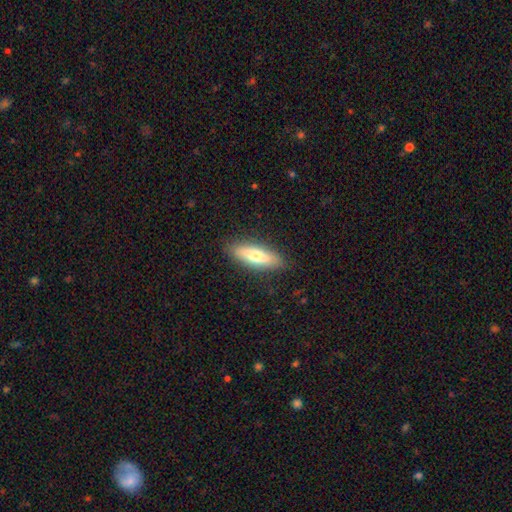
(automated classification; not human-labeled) Smooth or featured?
  - smooth: 64% *
  - featured or disk: 30%
  - star or artifact: 6%
How rounded?
  - cigar-shaped: 50% *
  - in between: 48%
  - round: 2%
Merging?
  - none: 87% *
  - minor disturbance: 10%
  - major disturbance: 2%
  - merger: 1%